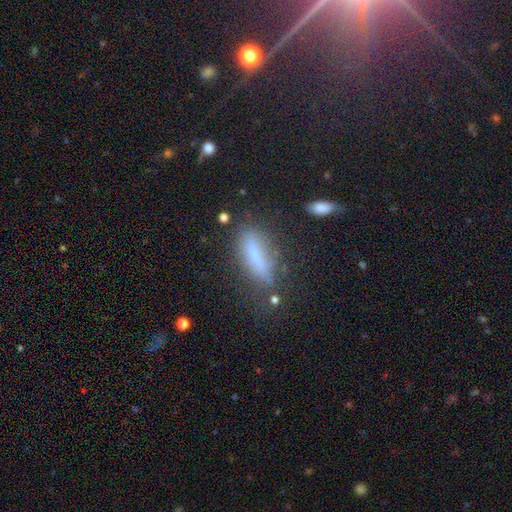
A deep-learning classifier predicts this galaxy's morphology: smooth 52%, featured or disk 35%, star or artifact 13%. Down the decision tree: how rounded — cigar-shaped (57%); merging — none (65%).